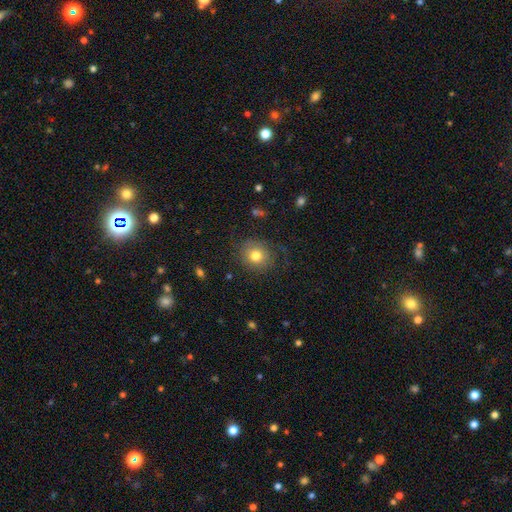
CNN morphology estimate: smooth-or-featured: smooth: 75% | featured or disk: 13% | star or artifact: 12%
  how-rounded: round: 81% | in between: 18% | cigar-shaped: 1%
  merging: none: 77% | minor disturbance: 14% | major disturbance: 8% | merger: 1%